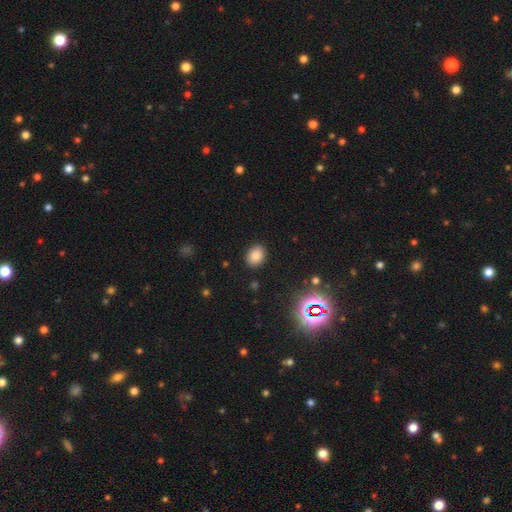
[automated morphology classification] Smooth or featured: smooth — 82% (star or artifact — 13%)
How rounded: in between — 68% (round — 31%)
Merging: none — 88% (minor disturbance — 8%)